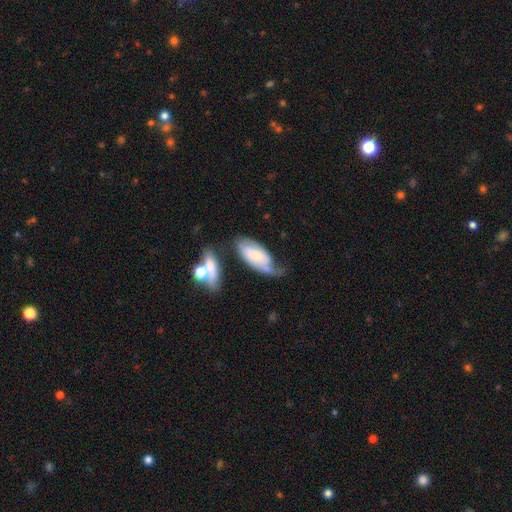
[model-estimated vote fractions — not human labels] Q: Smooth or featured?
A: featured or disk (50%); runner-up: smooth (43%)
Q: Merging?
A: none (31%); runner-up: minor disturbance (30%)